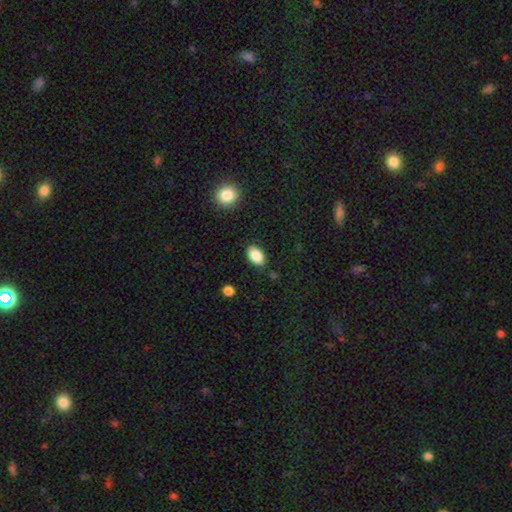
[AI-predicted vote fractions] Smooth or featured? Predicted: smooth (p=0.87). How rounded? Predicted: in between (p=0.92). Merging? Predicted: none (p=0.86).